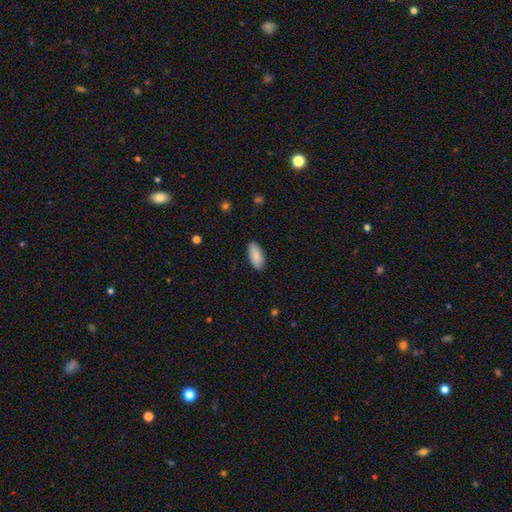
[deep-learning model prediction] Q: Smooth or featured?
A: smooth (87%); runner-up: featured or disk (7%)
Q: How rounded?
A: in between (90%); runner-up: cigar-shaped (8%)
Q: Merging?
A: none (86%); runner-up: minor disturbance (11%)